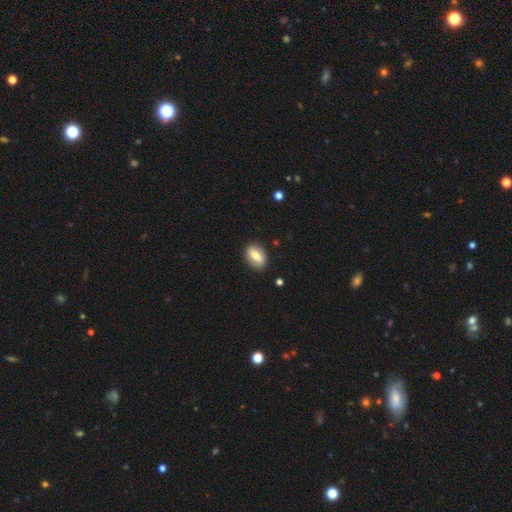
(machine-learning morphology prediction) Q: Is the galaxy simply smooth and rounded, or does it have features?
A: smooth — 66%.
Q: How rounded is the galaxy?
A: in between — 80%.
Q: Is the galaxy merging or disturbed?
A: none — 86%.